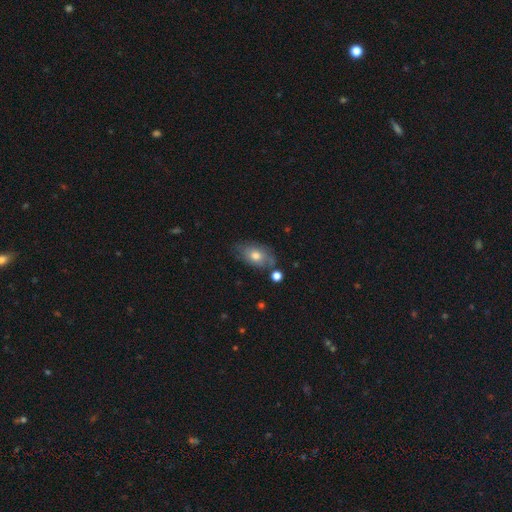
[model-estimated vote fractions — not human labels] Smooth or featured: smooth — 66% (featured or disk — 26%)
How rounded: in between — 86% (round — 11%)
Merging: none — 65% (minor disturbance — 23%)